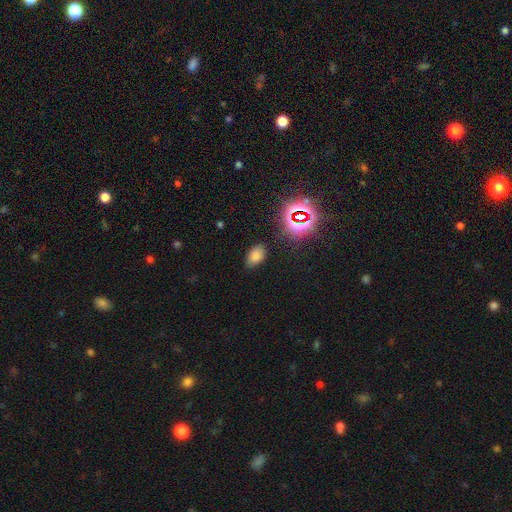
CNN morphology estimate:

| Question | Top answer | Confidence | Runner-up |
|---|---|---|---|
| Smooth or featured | smooth | 69% | star or artifact (23%) |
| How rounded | in between | 87% | round (11%) |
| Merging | none | 79% | minor disturbance (15%) |